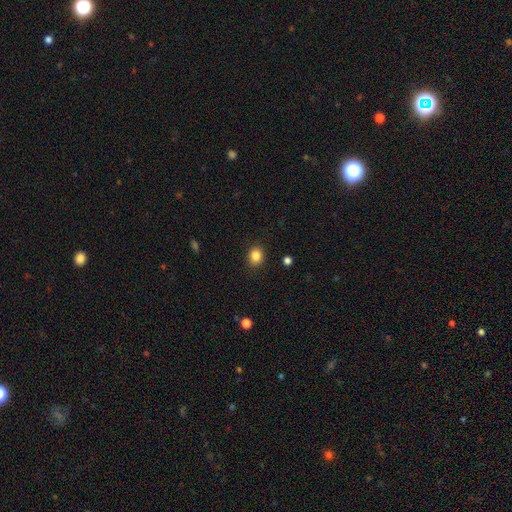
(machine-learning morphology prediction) type=smooth (86%); roundness=round (55%); merging=none (89%).